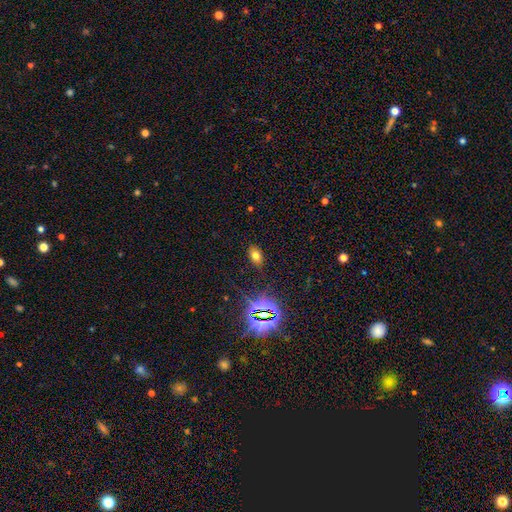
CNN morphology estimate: Q: Smooth or featured?
A: smooth (65%); runner-up: star or artifact (25%)
Q: How rounded?
A: in between (84%); runner-up: round (14%)
Q: Merging?
A: none (86%); runner-up: minor disturbance (10%)